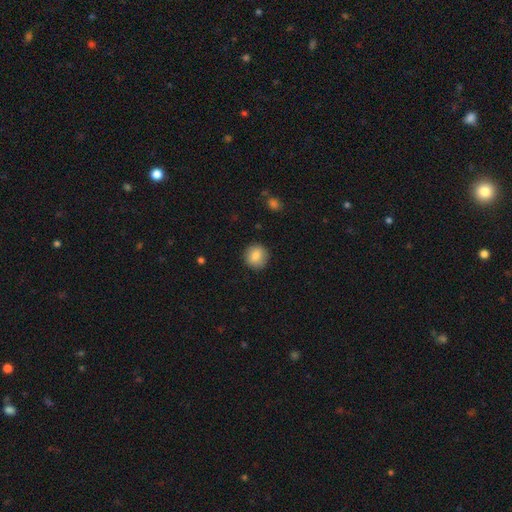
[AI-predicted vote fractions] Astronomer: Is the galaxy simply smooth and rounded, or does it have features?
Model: smooth — 84%.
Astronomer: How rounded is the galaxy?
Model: round — 92%.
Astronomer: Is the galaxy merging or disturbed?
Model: none — 89%.